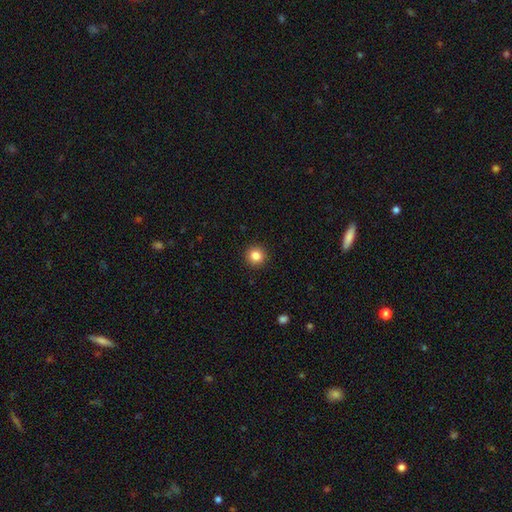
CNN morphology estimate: smooth-or-featured: smooth: 84% | star or artifact: 11% | featured or disk: 5%
  how-rounded: round: 95% | in between: 4% | cigar-shaped: 1%
  merging: none: 93% | minor disturbance: 4% | major disturbance: 2% | merger: 1%